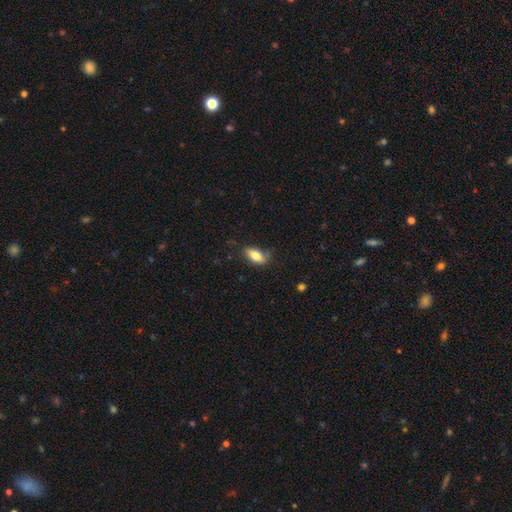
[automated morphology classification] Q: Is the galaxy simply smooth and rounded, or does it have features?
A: smooth — 79%.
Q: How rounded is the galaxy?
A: in between — 85%.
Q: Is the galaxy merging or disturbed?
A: none — 74%.